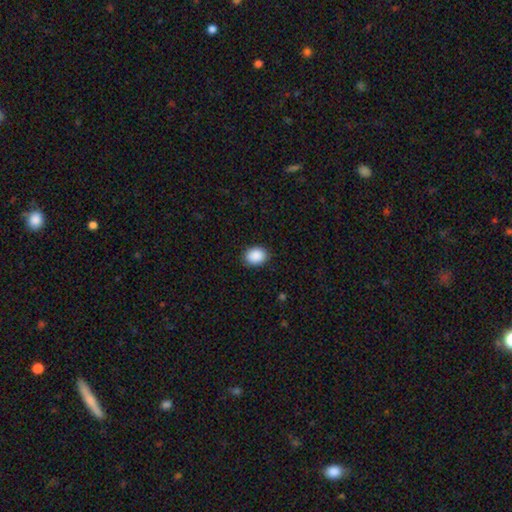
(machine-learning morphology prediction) This appears to be a smooth galaxy with no disk features (90%) that is in between round and cigar-shaped (57%). Merging: none (89%).